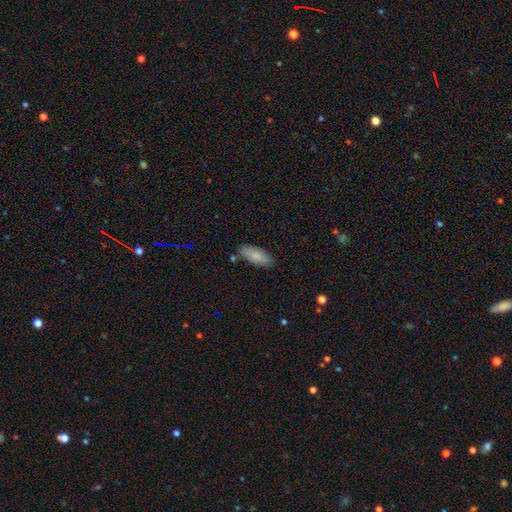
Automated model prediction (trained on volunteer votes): Overall: smooth (82%). How rounded: in between (83%). Merging: none (81%).